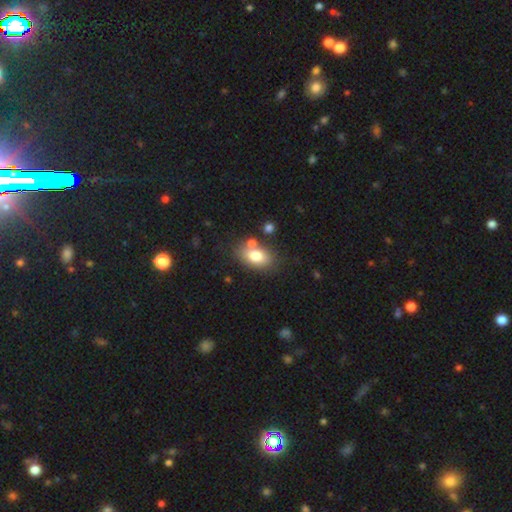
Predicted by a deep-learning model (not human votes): Smooth or featured: smooth — 77% (featured or disk — 14%)
How rounded: in between — 84% (round — 14%)
Merging: none — 69% (minor disturbance — 14%)